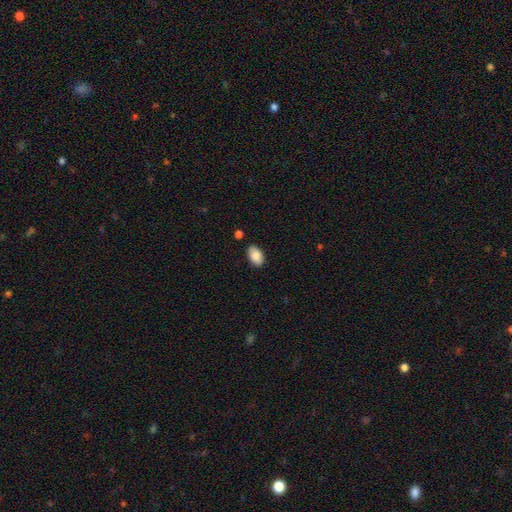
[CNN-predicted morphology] The model was most divided on "merging": none: 85%, minor disturbance: 11%, merger: 2%, major disturbance: 2%. More confident: how rounded — in between (92%); smooth or featured — smooth (85%).